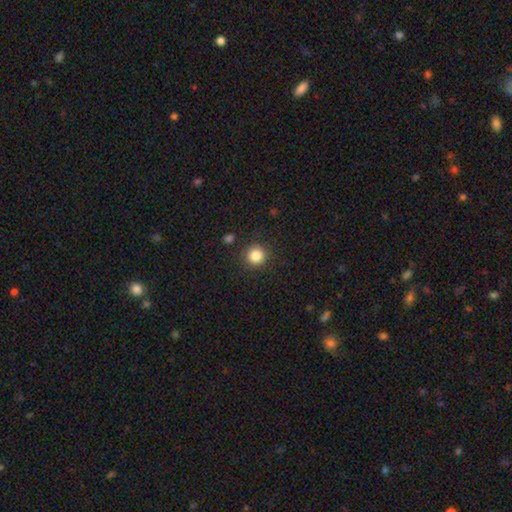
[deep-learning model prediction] smooth-or-featured: smooth: 84% | star or artifact: 11% | featured or disk: 5%
  how-rounded: round: 94% | in between: 5% | cigar-shaped: 1%
  merging: none: 90% | minor disturbance: 6% | major disturbance: 2% | merger: 2%